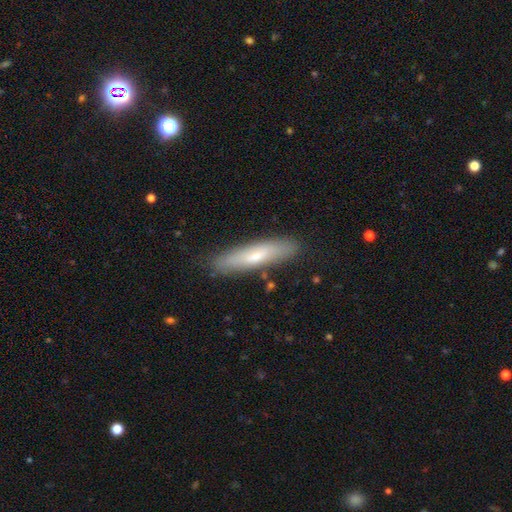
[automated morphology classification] Smooth or featured?
  - smooth: 61% *
  - featured or disk: 32%
  - star or artifact: 7%
How rounded?
  - cigar-shaped: 78% *
  - in between: 20%
  - round: 2%
Merging?
  - none: 85% *
  - minor disturbance: 11%
  - major disturbance: 2%
  - merger: 2%